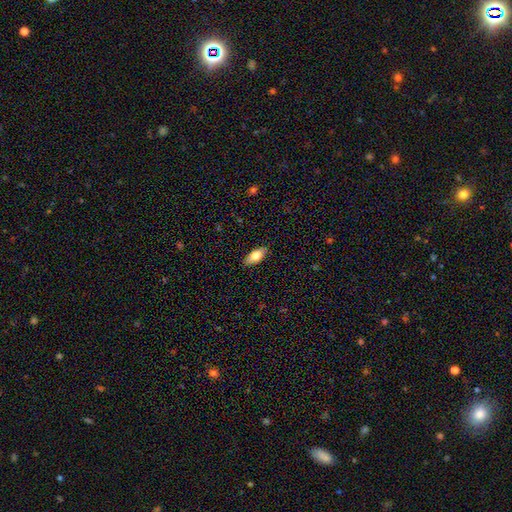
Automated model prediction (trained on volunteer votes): A smooth galaxy with no disk features (78%) that is in between round and cigar-shaped (85%). Merging: none (88%).